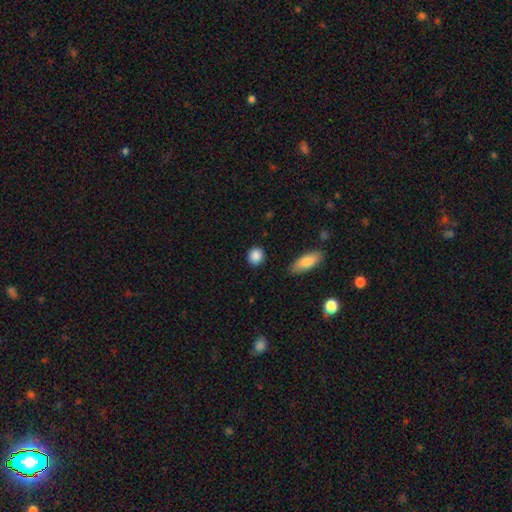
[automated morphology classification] Overall: smooth (88%). How rounded: round (82%). Merging: none (88%).